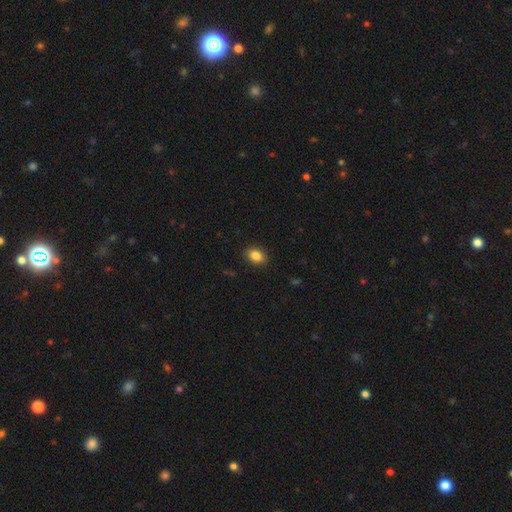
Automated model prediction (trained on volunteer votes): Smooth or featured? Predicted: smooth (p=0.87). How rounded? Predicted: in between (p=0.75). Merging? Predicted: none (p=0.89).